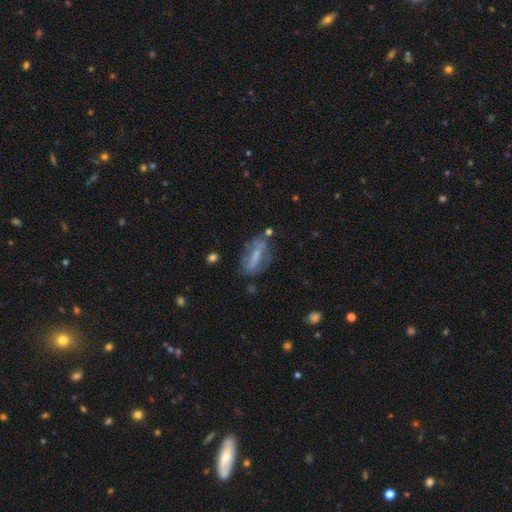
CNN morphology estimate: smooth_or_featured: featured or disk (p=0.47) [alt: smooth p=0.43]
merging: none (p=0.55) [alt: minor disturbance p=0.24]